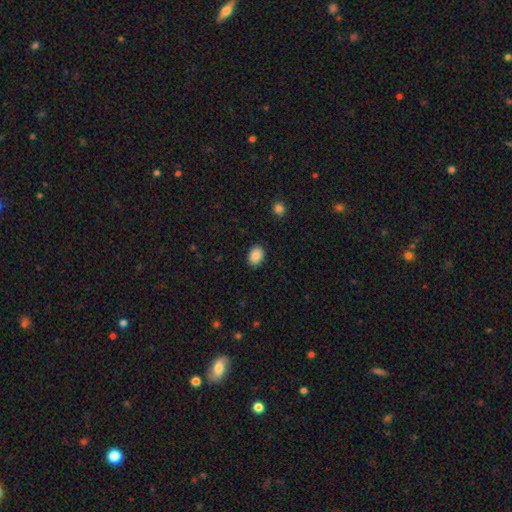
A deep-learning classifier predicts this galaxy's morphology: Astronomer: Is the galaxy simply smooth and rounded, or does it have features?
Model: smooth — 89%.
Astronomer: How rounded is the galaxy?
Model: in between — 77%.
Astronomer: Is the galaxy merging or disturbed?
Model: none — 88%.